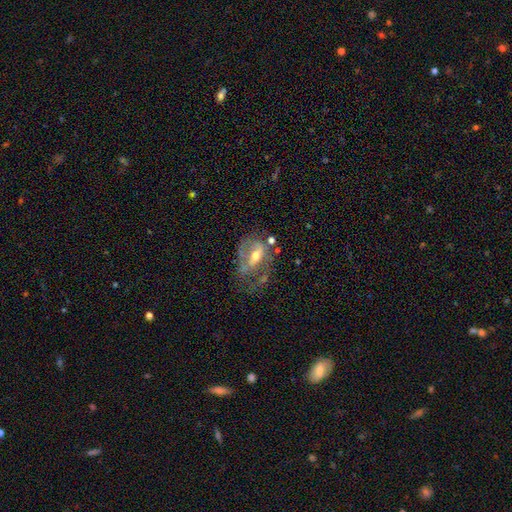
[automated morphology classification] Smooth or featured?
  - featured or disk: 70% *
  - smooth: 23%
  - star or artifact: 8%
Edge-on disk?
  - no: 93% *
  - yes: 7%
Bar?
  - weak: 38% *
  - strong: 35%
  - no: 27%
Spiral arms?
  - yes: 55% *
  - no: 45%
Bulge size?
  - moderate: 66% *
  - small: 27%
  - large: 5%
  - none: 1%
  - dominant: 1%
Merging?
  - major disturbance: 36% *
  - none: 32%
  - minor disturbance: 24%
  - merger: 8%